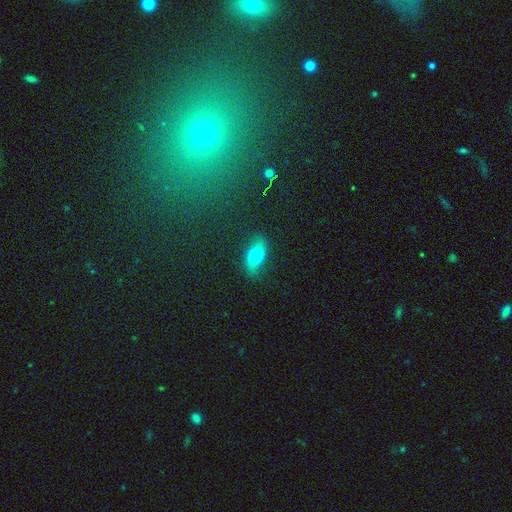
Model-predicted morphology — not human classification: Smooth or featured? Predicted: smooth (p=0.70). How rounded? Predicted: in between (p=0.85). Merging? Predicted: none (p=0.79).